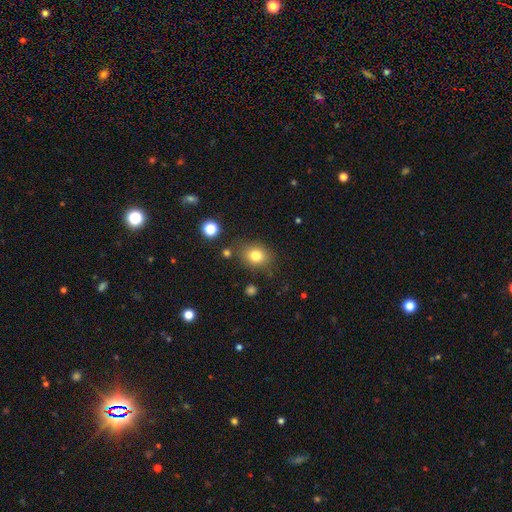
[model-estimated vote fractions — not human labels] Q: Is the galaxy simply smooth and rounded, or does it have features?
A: smooth — 79%.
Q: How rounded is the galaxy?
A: round — 53%.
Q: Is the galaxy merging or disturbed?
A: none — 78%.